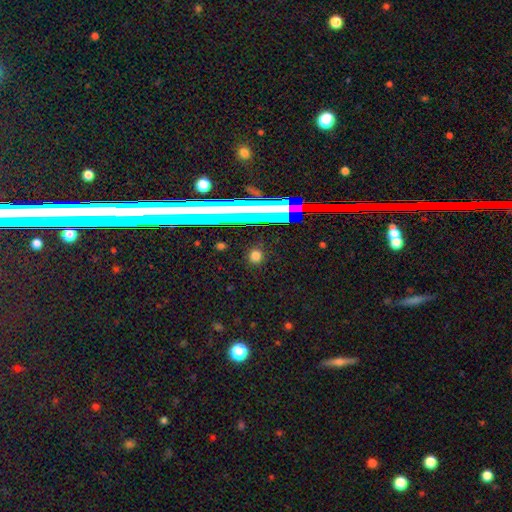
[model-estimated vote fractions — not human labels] This is likely a smooth galaxy (65%). How rounded: clearly round (84%). Merging: clearly none (89%).